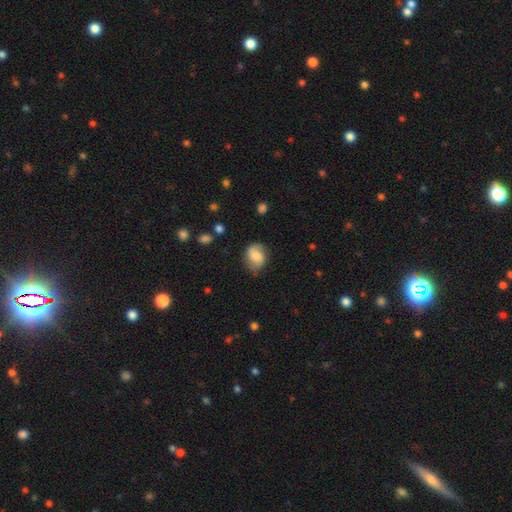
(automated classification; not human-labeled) The model was most divided on "how rounded": in between: 51%, round: 48%, cigar-shaped: 1%. More confident: smooth or featured — smooth (62%); merging — none (62%).